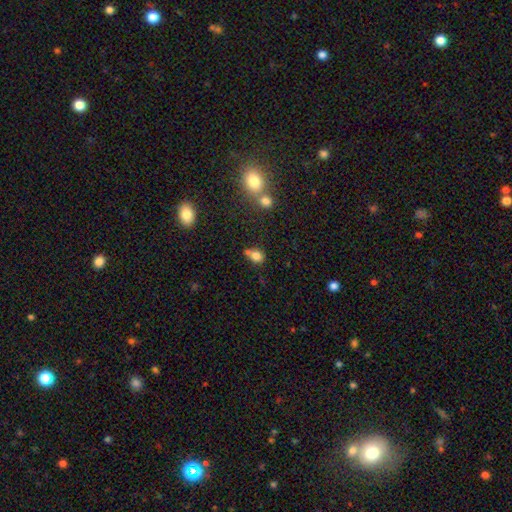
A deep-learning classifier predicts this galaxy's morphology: smooth_or_featured: smooth (p=0.79) [alt: star or artifact p=0.13]
how_rounded: round (p=0.56) [alt: in between p=0.42]
merging: none (p=0.46) [alt: merger p=0.33]